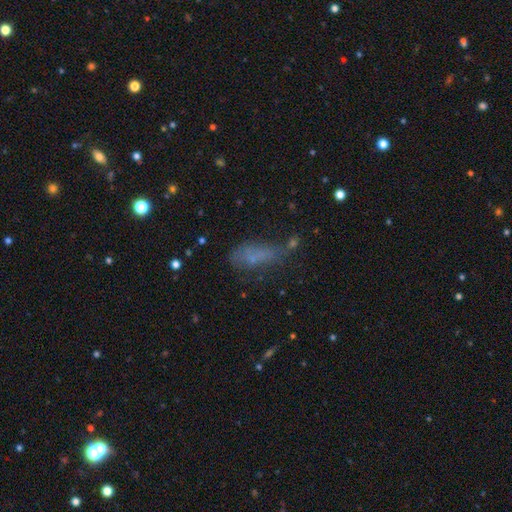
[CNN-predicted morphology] Overall: smooth (56%; featured or disk 24%). How rounded: in between (61%; cigar-shaped 34%). Merging: none (36%; major disturbance 26%).